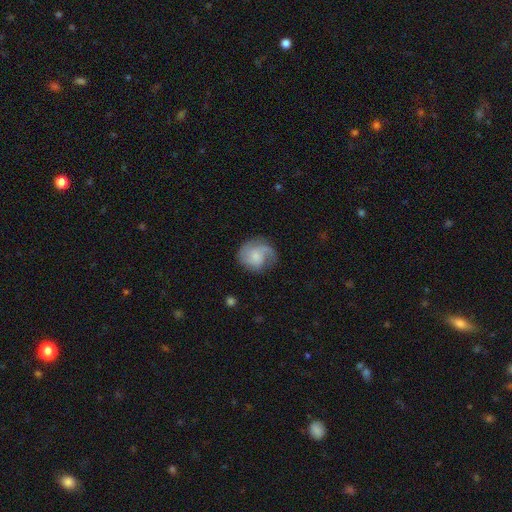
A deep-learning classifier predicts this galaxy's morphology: Smooth or featured?
  - featured or disk: 51% *
  - smooth: 41%
  - star or artifact: 7%
Edge-on disk?
  - no: 98% *
  - yes: 2%
Bar?
  - no: 70% *
  - weak: 27%
  - strong: 4%
Spiral arms?
  - yes: 86% *
  - no: 14%
Bulge size?
  - small: 45% *
  - moderate: 31%
  - none: 17%
  - large: 6%
  - dominant: 2%
Merging?
  - none: 58% *
  - minor disturbance: 24%
  - major disturbance: 17%
  - merger: 2%